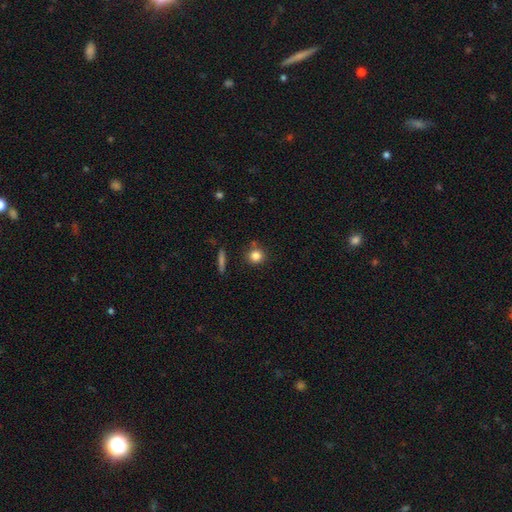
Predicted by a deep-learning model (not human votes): Smooth or featured? smooth (82%)
How rounded? round (89%)
Merging? none (80%)